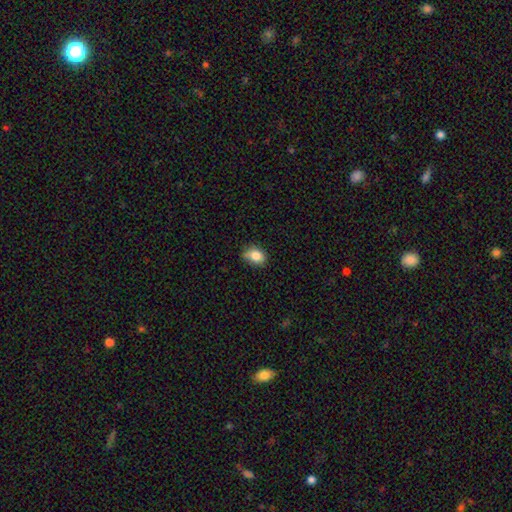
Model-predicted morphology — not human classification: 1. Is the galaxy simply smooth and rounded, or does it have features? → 84% smooth, 9% star or artifact, 7% featured or disk.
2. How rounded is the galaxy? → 66% in between, 33% round, 1% cigar-shaped.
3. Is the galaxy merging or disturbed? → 66% none, 28% minor disturbance, 4% major disturbance, 2% merger.